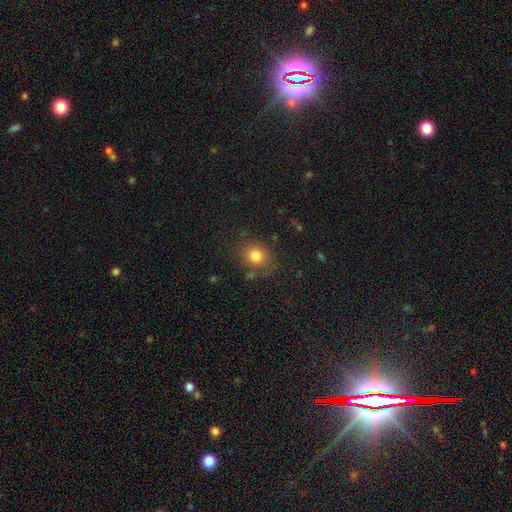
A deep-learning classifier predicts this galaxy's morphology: smooth 81%, star or artifact 12%, featured or disk 7%. Down the decision tree: how rounded — round (75%); merging — none (79%).